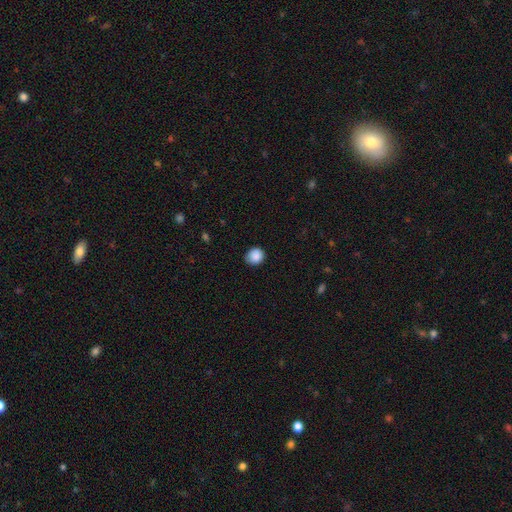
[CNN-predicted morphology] smooth 88%, star or artifact 9%, featured or disk 3%. Down the decision tree: how rounded — round (84%); merging — none (80%).